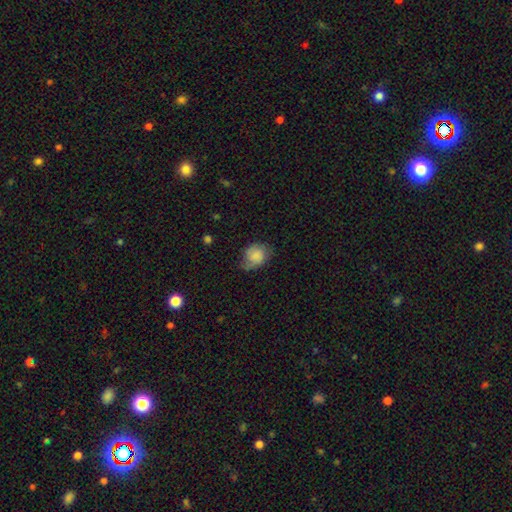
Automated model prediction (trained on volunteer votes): Morphology: type=smooth (72%); roundness=in between (50%); merging=none (46%).